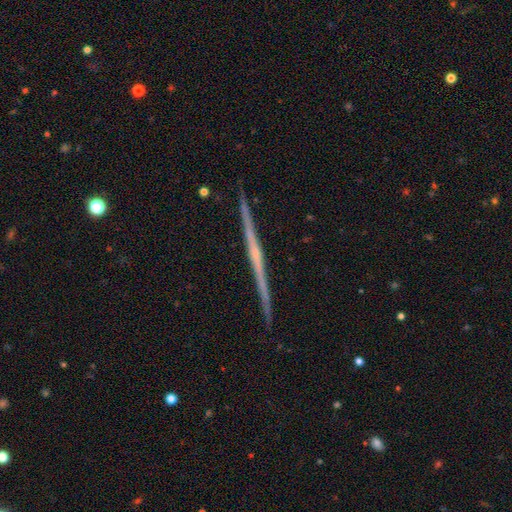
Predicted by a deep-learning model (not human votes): This appears to be a featured or disk galaxy (81%) viewed edge-on (99%) with no central bulge (55%). Merging: none (92%).